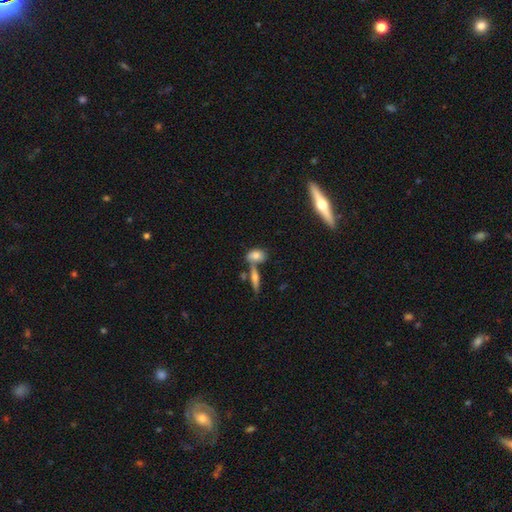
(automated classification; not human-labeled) Smooth or featured? smooth (73%)
How rounded? in between (79%)
Merging? none (51%)